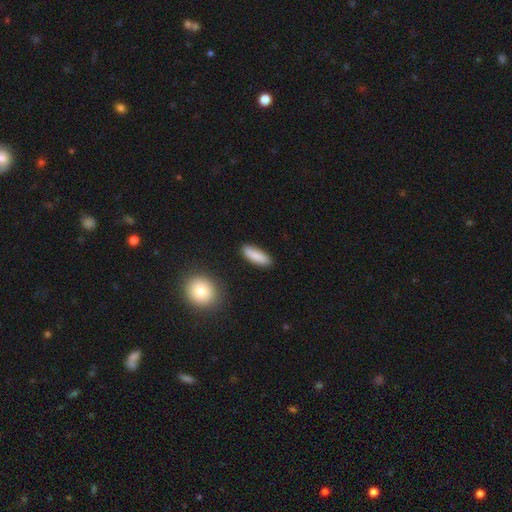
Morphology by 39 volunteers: Q: Smooth or featured?
A: smooth (85%); runner-up: featured or disk (8%)
Q: How rounded?
A: in between (67%); runner-up: cigar-shaped (30%)
Q: Merging?
A: none (86%); runner-up: minor disturbance (8%)